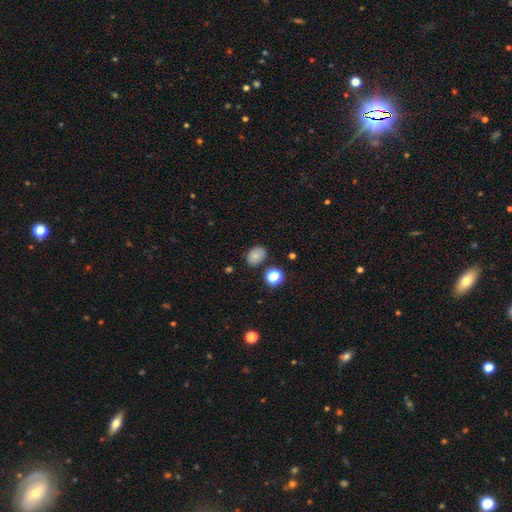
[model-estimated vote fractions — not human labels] Overall: smooth (79%). How rounded: in between (70%). Merging: none (81%).